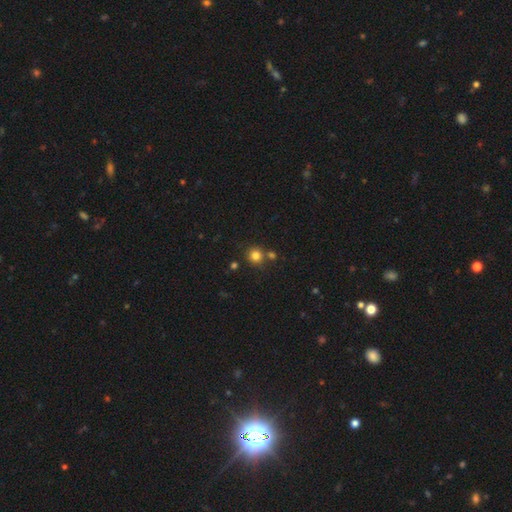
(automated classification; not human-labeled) smooth-or-featured: smooth: 80% | star or artifact: 14% | featured or disk: 6%
  how-rounded: round: 91% | in between: 8% | cigar-shaped: 1%
  merging: none: 75% | merger: 14% | minor disturbance: 8% | major disturbance: 3%